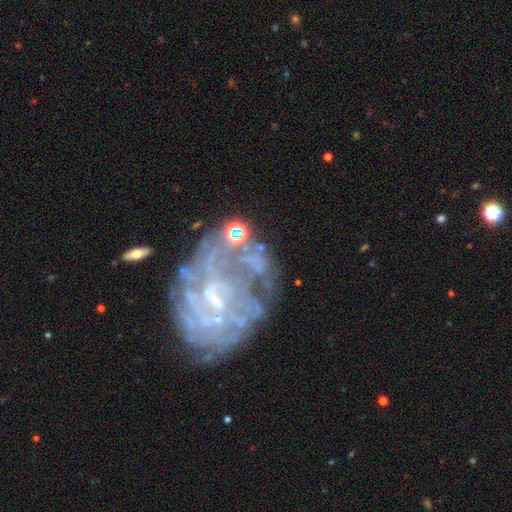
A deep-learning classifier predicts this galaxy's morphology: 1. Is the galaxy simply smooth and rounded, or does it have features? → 78% featured or disk, 11% star or artifact, 11% smooth.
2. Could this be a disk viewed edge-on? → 97% no, 3% yes.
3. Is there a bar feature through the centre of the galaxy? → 45% no, 43% weak, 12% strong.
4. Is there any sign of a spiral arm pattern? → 72% yes, 28% no.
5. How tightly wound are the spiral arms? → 56% tight, 29% medium, 15% loose.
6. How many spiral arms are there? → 55% can't tell, 11% 4, 10% 3, 10% more than 4, 9% 2, 6% 1.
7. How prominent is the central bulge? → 49% small, 31% none, 17% moderate, 2% large, 1% dominant.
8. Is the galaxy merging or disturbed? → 52% none, 21% major disturbance, 20% minor disturbance, 7% merger.